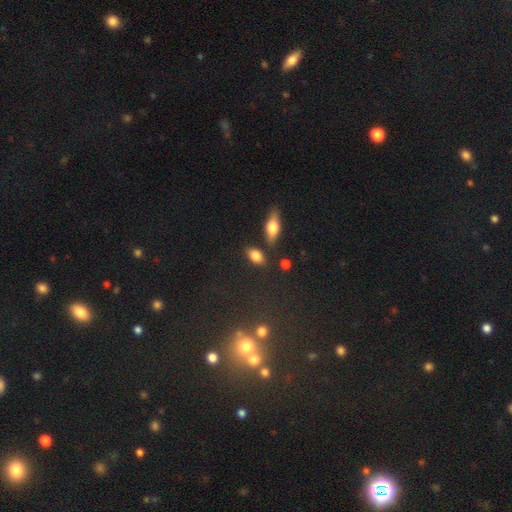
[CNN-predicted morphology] A smooth galaxy with no disk features (82%) that is in between round and cigar-shaped (85%).

Vote fractions:
- Smooth or featured? smooth: 82% / featured or disk: 10% / star or artifact: 8%
- How rounded? in between: 85% / round: 10% / cigar-shaped: 5%
- Merging? none: 78% / minor disturbance: 12% / merger: 7% / major disturbance: 3%